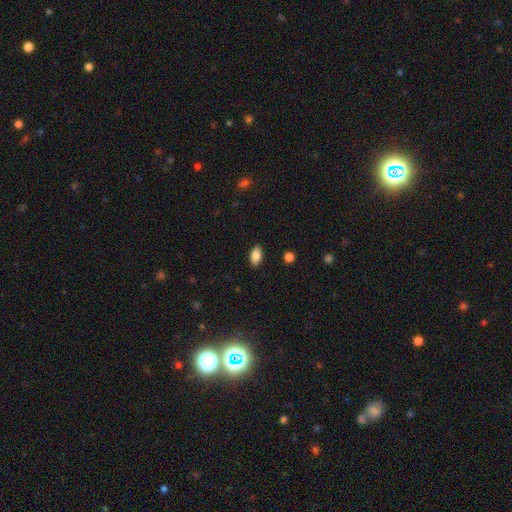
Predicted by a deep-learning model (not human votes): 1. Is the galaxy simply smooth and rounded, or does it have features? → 85% smooth, 8% star or artifact, 7% featured or disk.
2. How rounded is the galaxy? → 91% in between, 5% round, 4% cigar-shaped.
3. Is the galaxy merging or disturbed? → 88% none, 9% minor disturbance, 2% major disturbance, 1% merger.